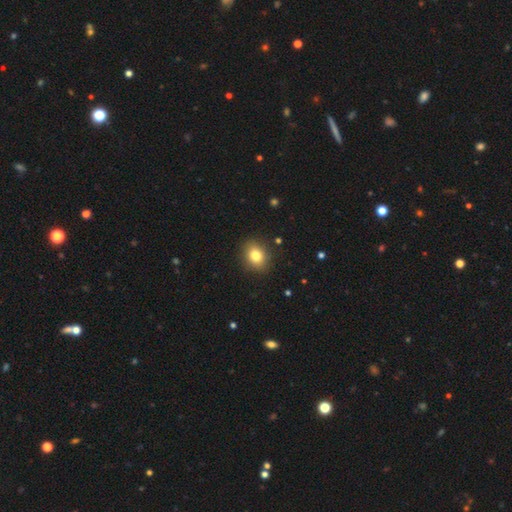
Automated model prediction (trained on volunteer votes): A smooth galaxy with no disk features (81%) that is in between round and cigar-shaped (51%). Merging: none (88%).